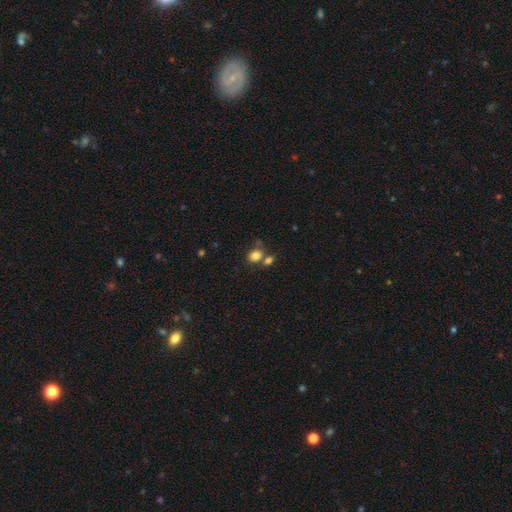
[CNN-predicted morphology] Smooth or featured? smooth (80%)
How rounded? round (59%)
Merging? none (52%)